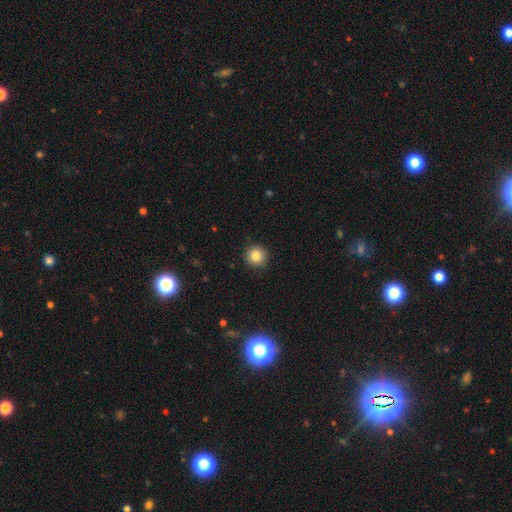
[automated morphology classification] Smooth or featured? Predicted: smooth (p=0.83). How rounded? Predicted: round (p=0.93). Merging? Predicted: none (p=0.90).